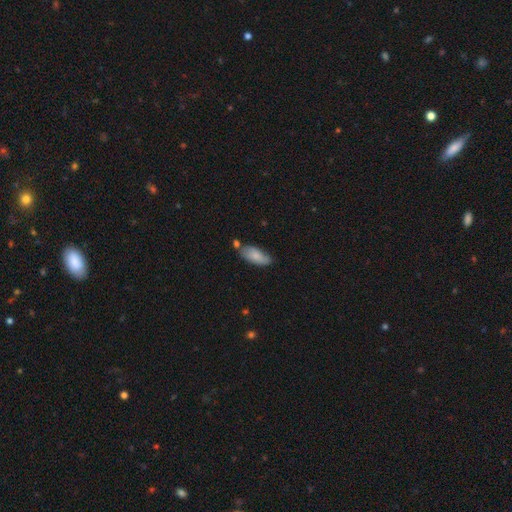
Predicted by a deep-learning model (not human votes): Overall: smooth (78%). How rounded: in between (83%). Merging: none (60%; minor disturbance 24%).